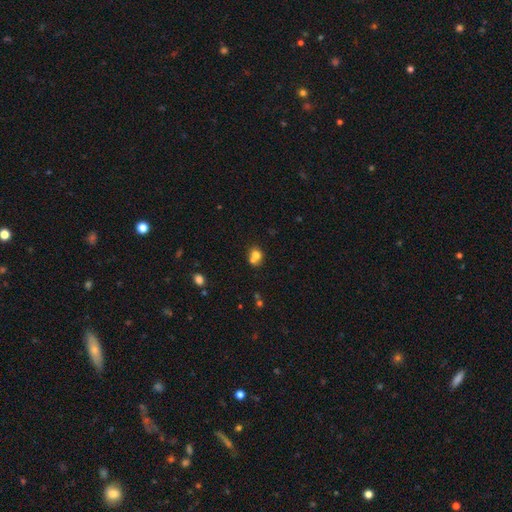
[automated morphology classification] Overall: smooth (72%). How rounded: round (68%; in between 31%). Merging: merger (47%; none 40%).